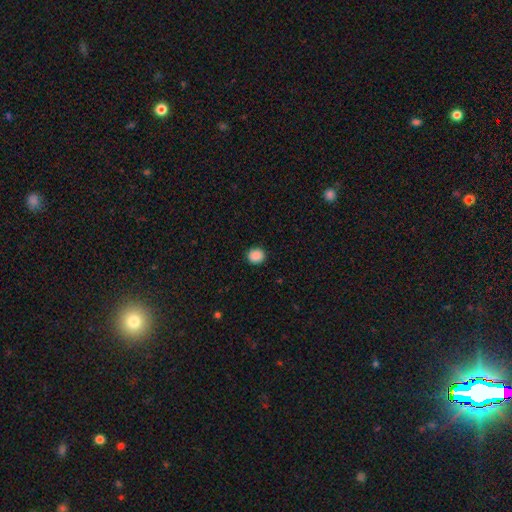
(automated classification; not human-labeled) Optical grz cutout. It shows a smooth galaxy with no disk features (89%) that is round (89%). Merging: none (92%).